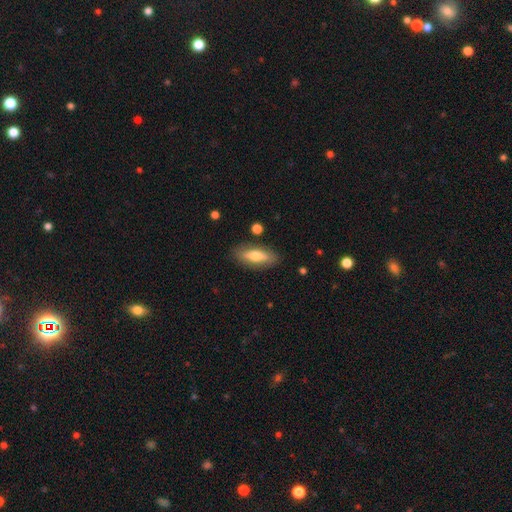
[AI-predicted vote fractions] A smooth galaxy with no disk features (65%) that is in between round and cigar-shaped (64%).

Vote fractions:
- Smooth or featured? smooth: 65% / featured or disk: 29% / star or artifact: 6%
- How rounded? in between: 64% / cigar-shaped: 34% / round: 3%
- Merging? none: 84% / minor disturbance: 11% / major disturbance: 3% / merger: 2%